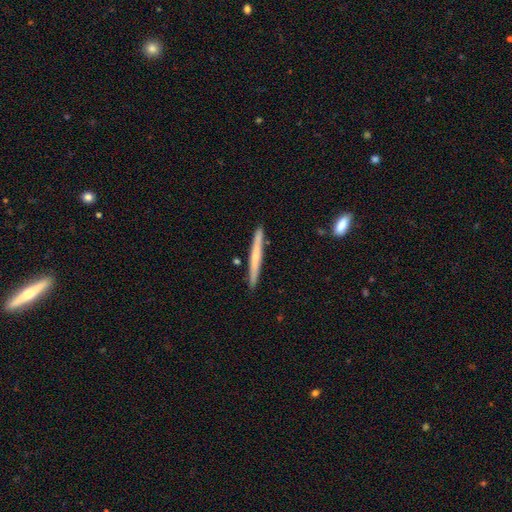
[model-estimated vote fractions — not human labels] Smooth or featured? smooth (51%)
How rounded? cigar-shaped (97%)
Merging? none (89%)